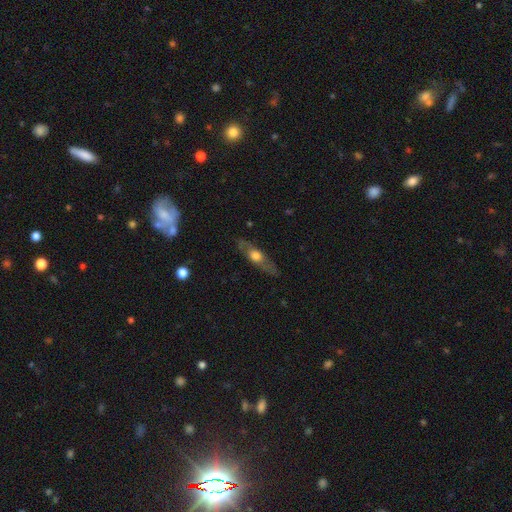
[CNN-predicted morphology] type=featured or disk (54%); edge-on=yes (74%); merging=none (80%).